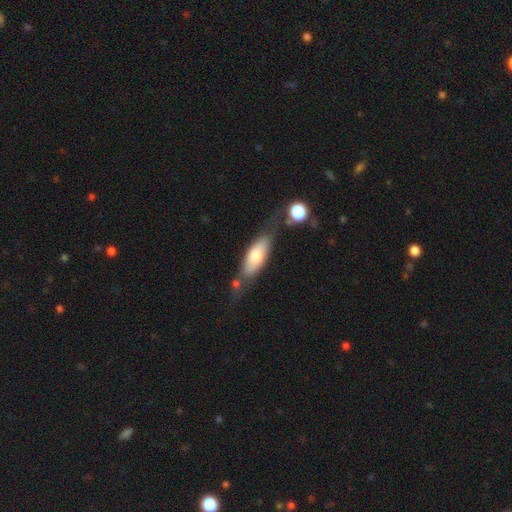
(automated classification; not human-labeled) A smooth galaxy with no disk features (70%) that is in between round and cigar-shaped (63%). Merging: none (54%).